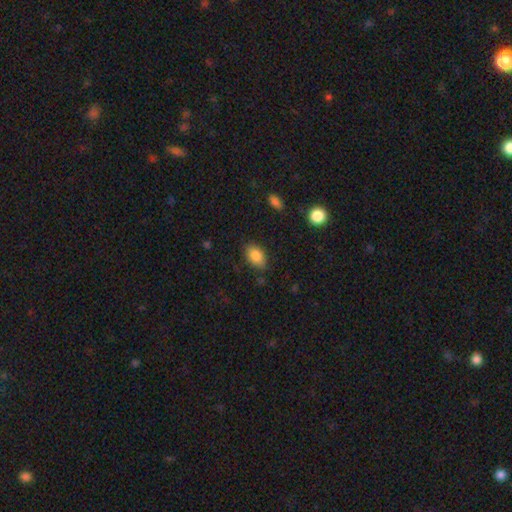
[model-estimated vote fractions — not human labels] smooth-or-featured: smooth: 86% | star or artifact: 8% | featured or disk: 6%
  how-rounded: in between: 88% | round: 11% | cigar-shaped: 1%
  merging: none: 81% | minor disturbance: 14% | major disturbance: 3% | merger: 2%